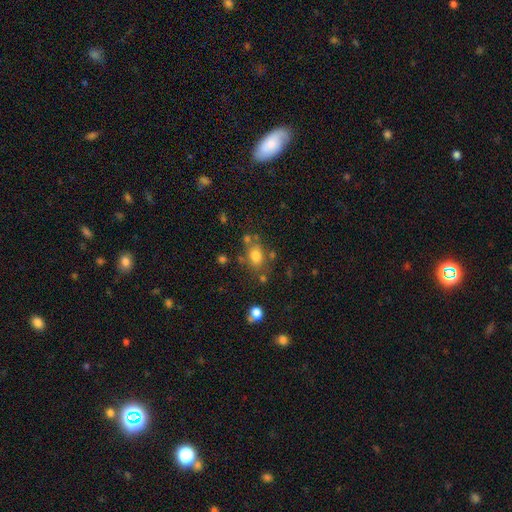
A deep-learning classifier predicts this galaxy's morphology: type=smooth (76%); roundness=in between (63%); merging=none (66%).